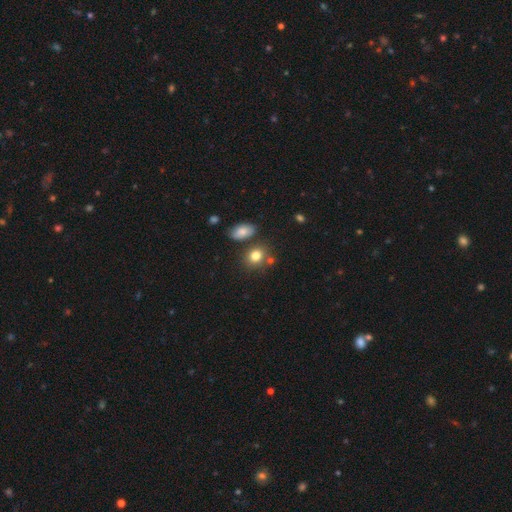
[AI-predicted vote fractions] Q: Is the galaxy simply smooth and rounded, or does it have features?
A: smooth — 81%.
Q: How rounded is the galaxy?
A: round — 54%.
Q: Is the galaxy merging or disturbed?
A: none — 68%.